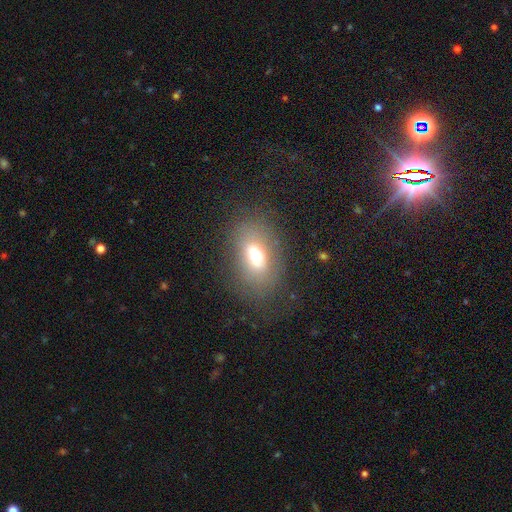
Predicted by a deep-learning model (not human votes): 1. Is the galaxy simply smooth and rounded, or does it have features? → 65% smooth, 22% featured or disk, 13% star or artifact.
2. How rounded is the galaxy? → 82% in between, 15% round, 3% cigar-shaped.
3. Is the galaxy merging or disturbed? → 73% none, 15% minor disturbance, 10% major disturbance, 1% merger.